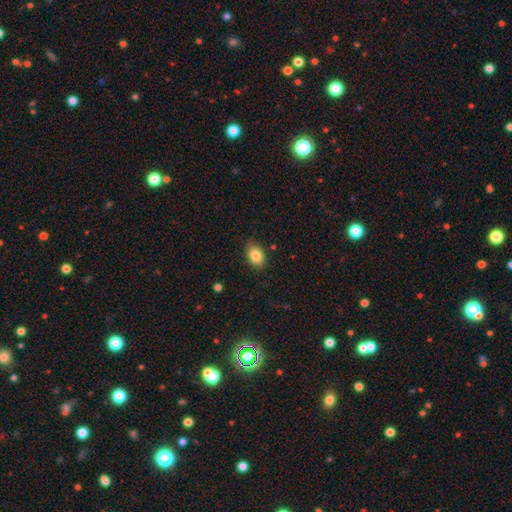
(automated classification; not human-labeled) The model was most divided on "merging": none: 77%, minor disturbance: 19%, major disturbance: 3%, merger: 1%. More confident: smooth or featured — smooth (84%); how rounded — in between (83%).